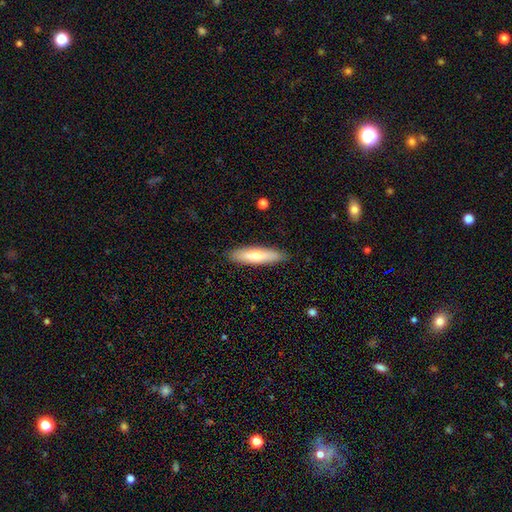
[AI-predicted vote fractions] smooth 61%, featured or disk 33%, star or artifact 6%. Down the decision tree: how rounded — cigar-shaped (71%); merging — none (88%).